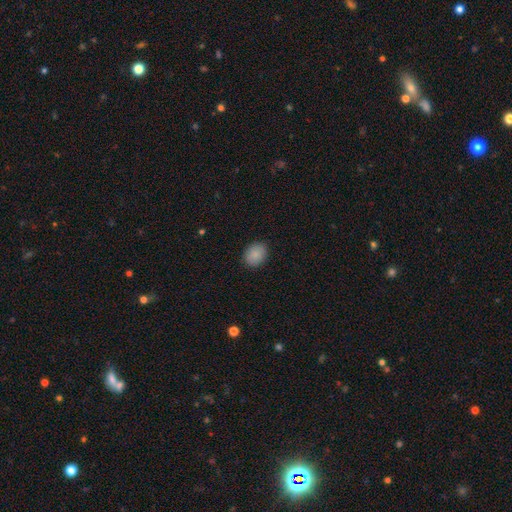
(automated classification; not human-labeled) Overall: smooth (85%). How rounded: in between (50%; round 49%). Merging: none (89%).